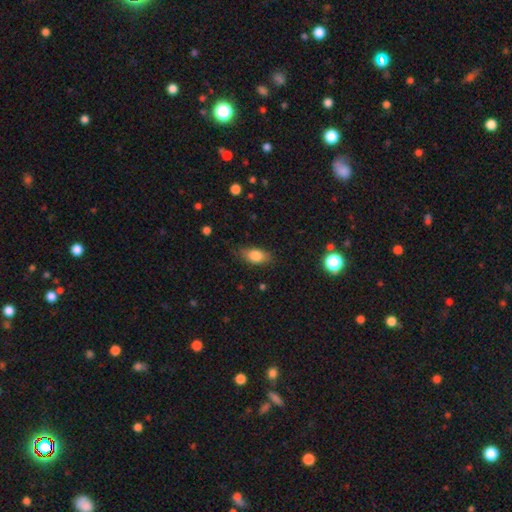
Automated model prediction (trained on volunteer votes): Smooth or featured?
  - smooth: 82% *
  - featured or disk: 10%
  - star or artifact: 8%
How rounded?
  - in between: 86% *
  - round: 8%
  - cigar-shaped: 6%
Merging?
  - none: 78% *
  - minor disturbance: 17%
  - major disturbance: 4%
  - merger: 1%